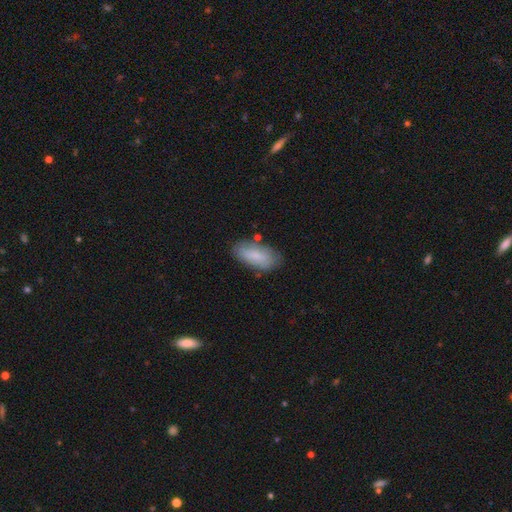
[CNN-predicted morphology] This is likely a smooth galaxy (76%). How rounded: clearly in between (87%). Merging: likely none (76%).